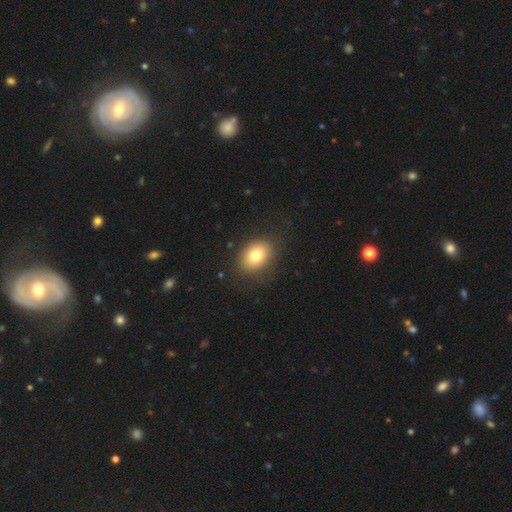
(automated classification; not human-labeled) Smooth or featured? Predicted: smooth (p=0.79). How rounded? Predicted: in between (p=0.68). Merging? Predicted: none (p=0.84).